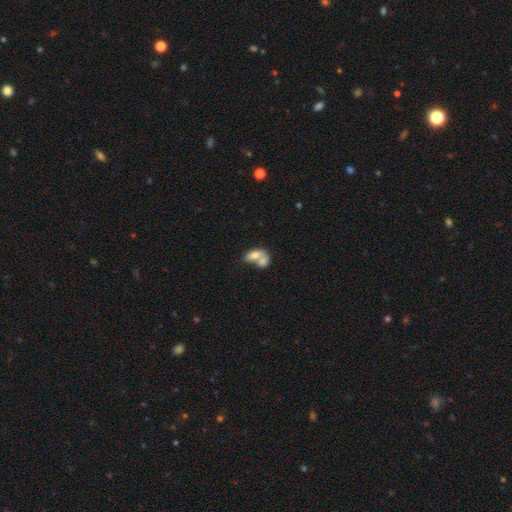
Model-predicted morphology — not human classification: smooth-or-featured: smooth: 69% | featured or disk: 24% | star or artifact: 7%
  how-rounded: in between: 84% | round: 12% | cigar-shaped: 4%
  merging: merger: 73% | none: 14% | minor disturbance: 7% | major disturbance: 6%